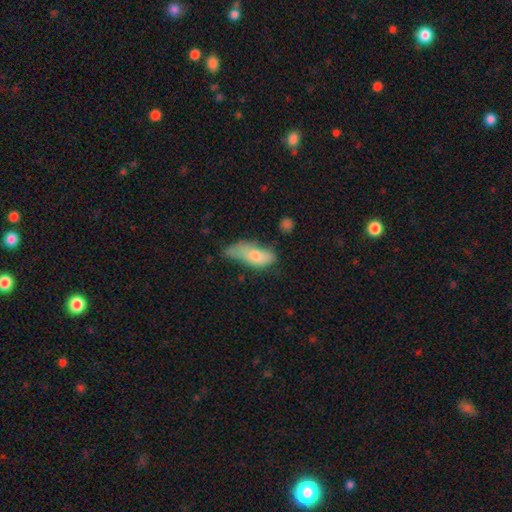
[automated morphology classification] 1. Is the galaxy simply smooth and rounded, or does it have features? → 70% smooth, 22% featured or disk, 8% star or artifact.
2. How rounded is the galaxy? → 78% in between, 19% cigar-shaped, 4% round.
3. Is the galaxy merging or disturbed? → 39% minor disturbance, 29% major disturbance, 25% none, 7% merger.